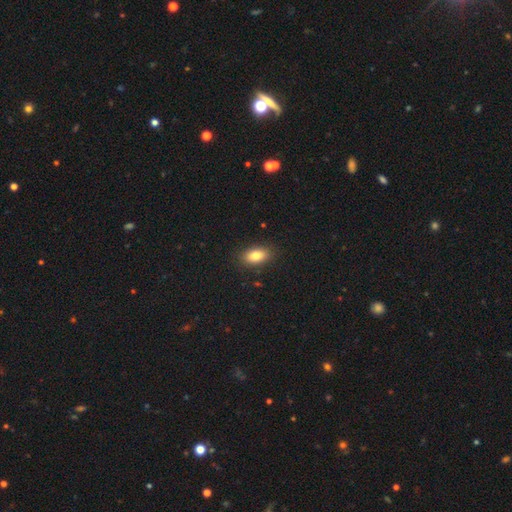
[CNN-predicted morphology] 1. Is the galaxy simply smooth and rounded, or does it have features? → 83% smooth, 9% featured or disk, 8% star or artifact.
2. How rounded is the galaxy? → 89% in between, 7% round, 4% cigar-shaped.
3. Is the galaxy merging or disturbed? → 88% none, 9% minor disturbance, 2% major disturbance, 1% merger.